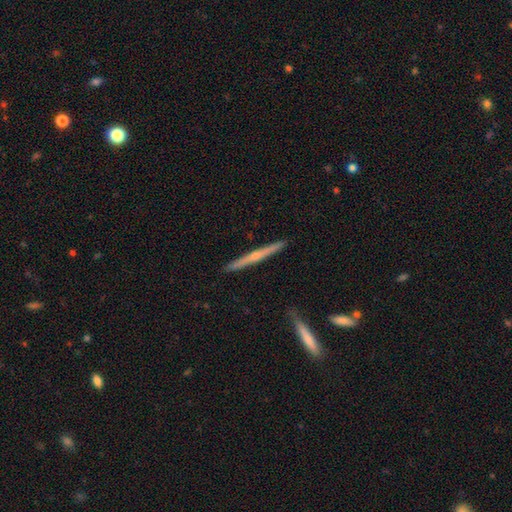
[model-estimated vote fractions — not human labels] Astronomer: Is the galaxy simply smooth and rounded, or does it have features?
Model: featured or disk — 67%.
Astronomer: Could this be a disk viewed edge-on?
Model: yes — 97%.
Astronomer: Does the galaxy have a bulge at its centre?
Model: rounded — 67%.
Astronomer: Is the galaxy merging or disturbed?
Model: none — 90%.